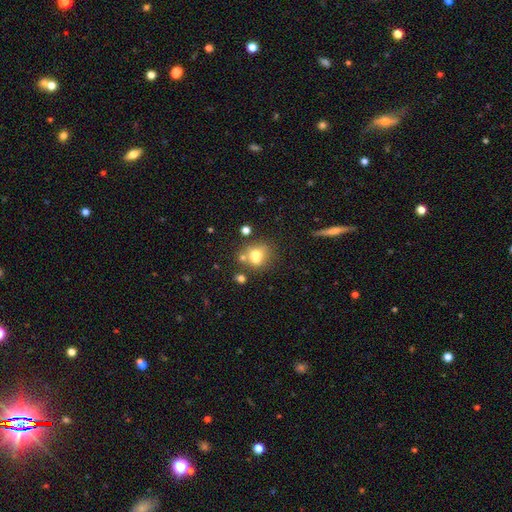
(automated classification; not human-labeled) smooth_or_featured: smooth (p=0.64) [alt: featured or disk p=0.21]
how_rounded: round (p=0.65) [alt: in between p=0.33]
merging: none (p=0.43) [alt: merger p=0.38]